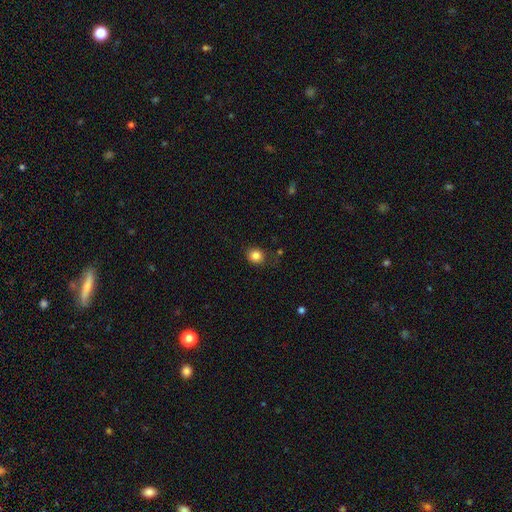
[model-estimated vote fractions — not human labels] Morphology: type=smooth (84%); roundness=round (78%); merging=none (82%).